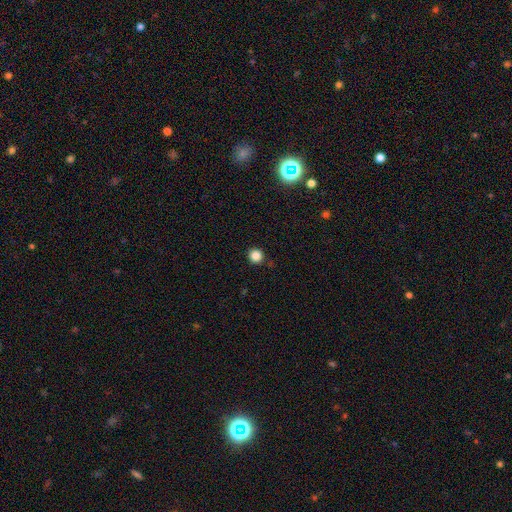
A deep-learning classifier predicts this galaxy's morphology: This is clearly a smooth galaxy (85%). How rounded: clearly round (94%). Merging: clearly none (90%).